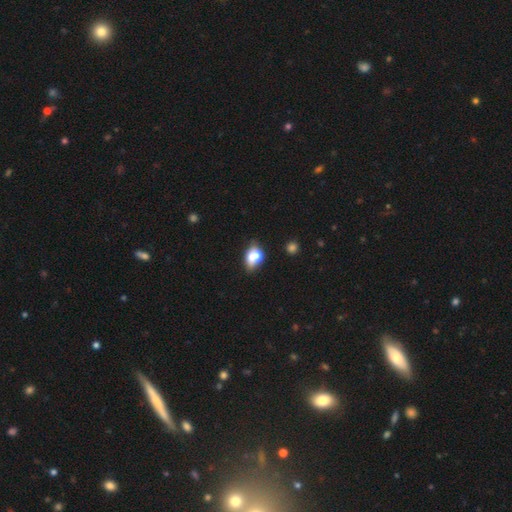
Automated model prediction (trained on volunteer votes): Q: Smooth or featured?
A: smooth (71%); runner-up: featured or disk (18%)
Q: How rounded?
A: in between (75%); runner-up: round (23%)
Q: Merging?
A: none (42%); runner-up: merger (26%)